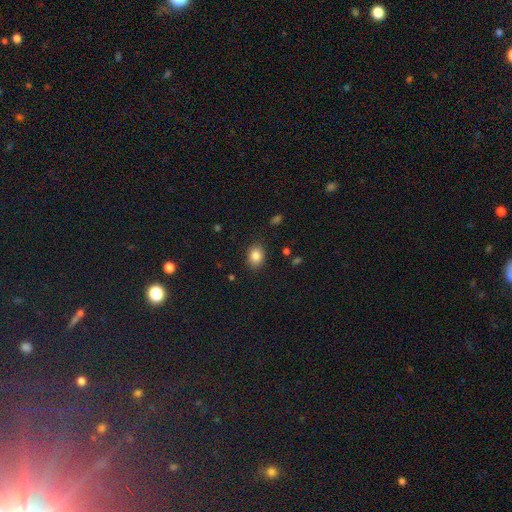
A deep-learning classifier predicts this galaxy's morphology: Smooth or featured? smooth (84%)
How rounded? in between (58%)
Merging? none (86%)